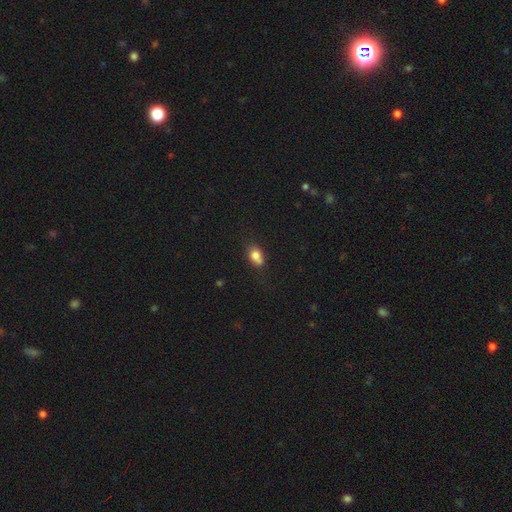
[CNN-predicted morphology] type=smooth (78%); roundness=in between (71%); merging=none (51%).